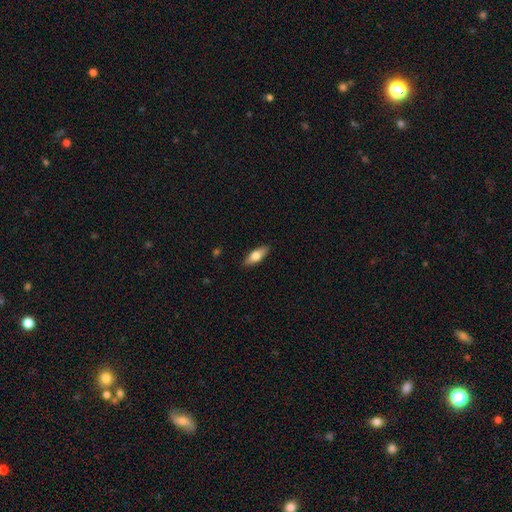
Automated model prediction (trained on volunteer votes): Smooth or featured? Predicted: smooth (p=0.69). How rounded? Predicted: in between (p=0.71). Merging? Predicted: none (p=0.88).